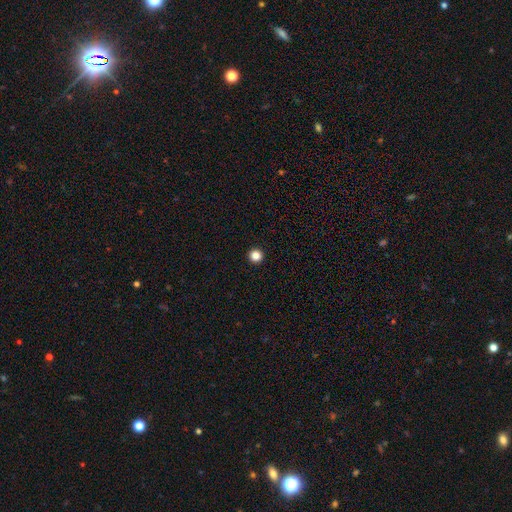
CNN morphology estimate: type=smooth (85%); roundness=round (96%); merging=none (95%).